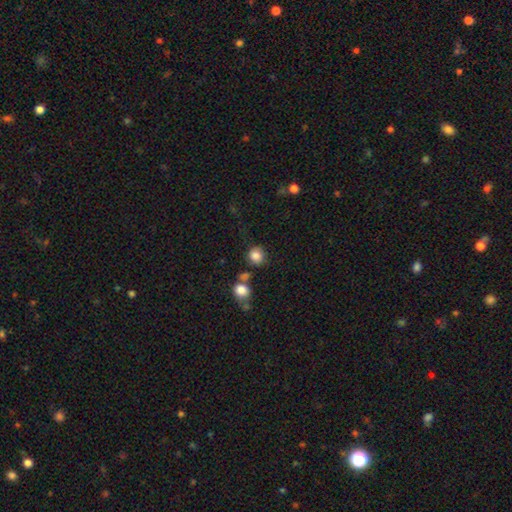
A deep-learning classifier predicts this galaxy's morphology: Q: Smooth or featured?
A: smooth (83%); runner-up: star or artifact (11%)
Q: How rounded?
A: round (85%); runner-up: in between (14%)
Q: Merging?
A: none (73%); runner-up: minor disturbance (13%)